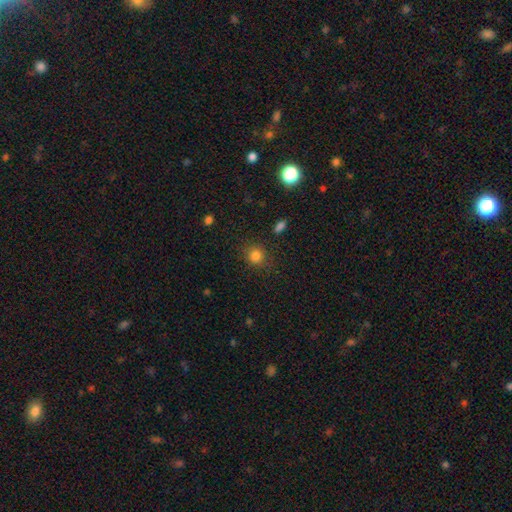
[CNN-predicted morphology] The model was most divided on "smooth or featured": smooth: 81%, star or artifact: 13%, featured or disk: 5%. More confident: how rounded — round (84%); merging — none (83%).